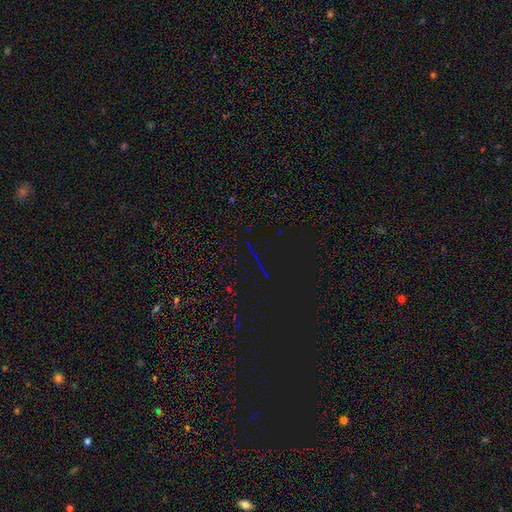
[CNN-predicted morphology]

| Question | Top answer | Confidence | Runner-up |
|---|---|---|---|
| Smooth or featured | star or artifact | 80% | featured or disk (11%) |